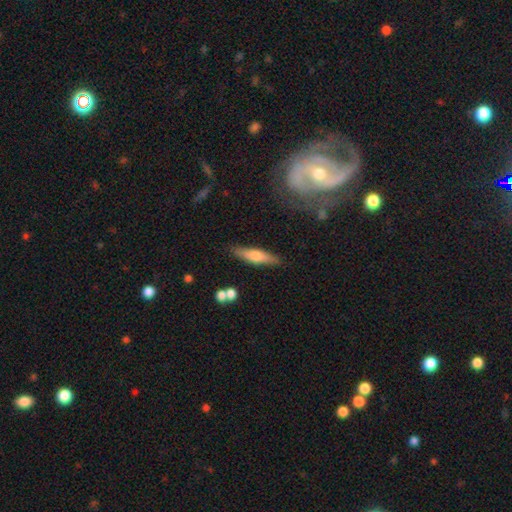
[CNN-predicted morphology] smooth 55%, featured or disk 39%, star or artifact 6%. Down the decision tree: how rounded — cigar-shaped (75%); merging — none (84%).